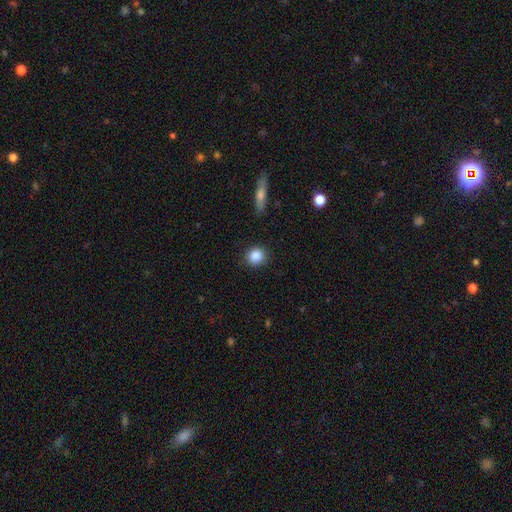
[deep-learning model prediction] A smooth galaxy with no disk features (87%) that is round (86%). Merging: none (88%).